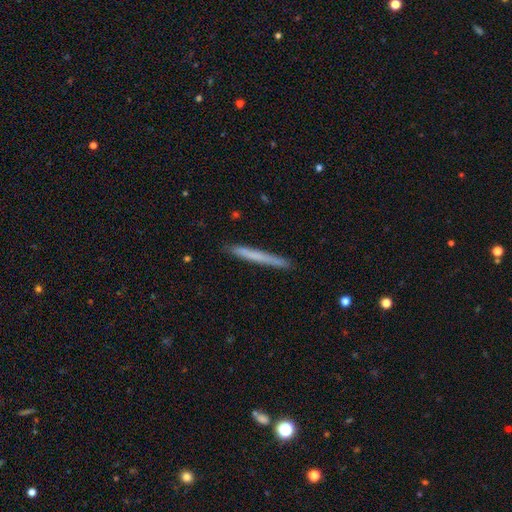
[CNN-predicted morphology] Smooth or featured?
  - smooth: 64% *
  - featured or disk: 31%
  - star or artifact: 6%
How rounded?
  - cigar-shaped: 97% *
  - in between: 2%
  - round: 1%
Merging?
  - none: 90% *
  - minor disturbance: 8%
  - major disturbance: 1%
  - merger: 1%